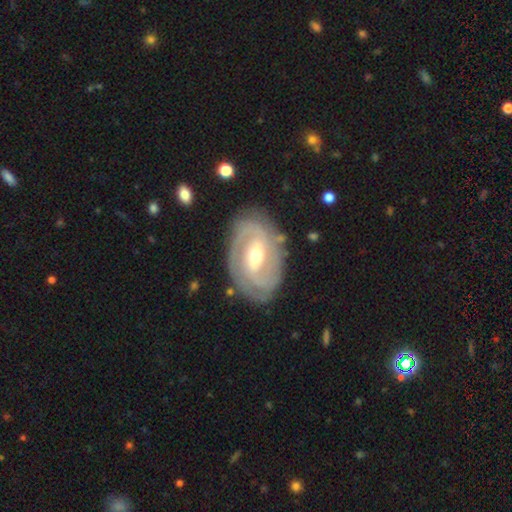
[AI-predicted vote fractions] Smooth or featured? featured or disk (85%)
Edge-on disk? no (96%)
Bar? weak (47%)
Spiral arms? yes (92%)
Spiral winding? tight (59%)
Spiral arm count? 2 (60%)
Bulge size? moderate (58%)
Merging? none (79%)